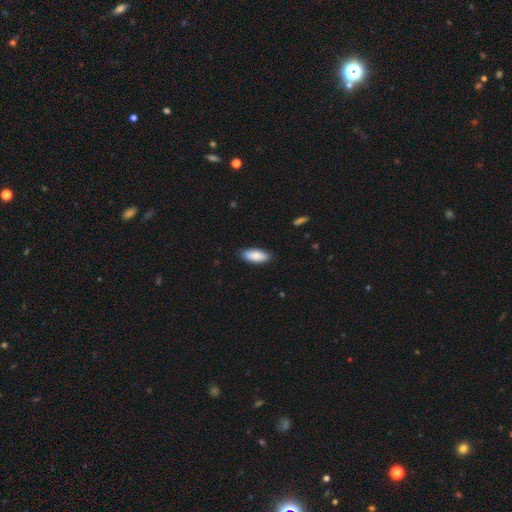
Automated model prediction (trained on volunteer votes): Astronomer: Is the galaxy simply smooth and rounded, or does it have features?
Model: smooth — 85%.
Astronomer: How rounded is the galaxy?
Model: in between — 82%.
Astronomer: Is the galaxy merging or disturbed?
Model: none — 87%.